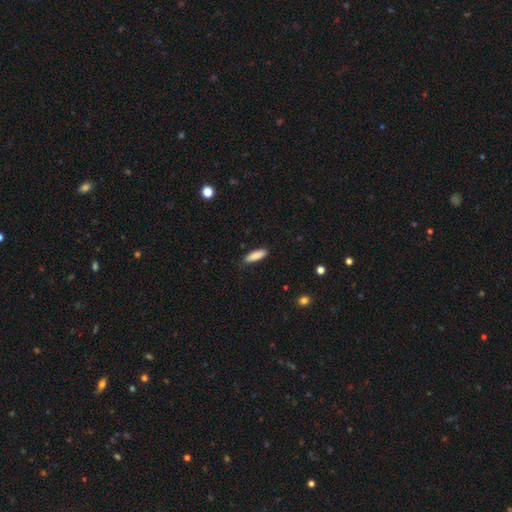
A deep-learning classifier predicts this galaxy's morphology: smooth_or_featured: smooth (p=0.87) [alt: featured or disk p=0.07]
how_rounded: cigar-shaped (p=0.49) [tied with: in between p=0.49]
merging: none (p=0.83) [alt: minor disturbance p=0.13]